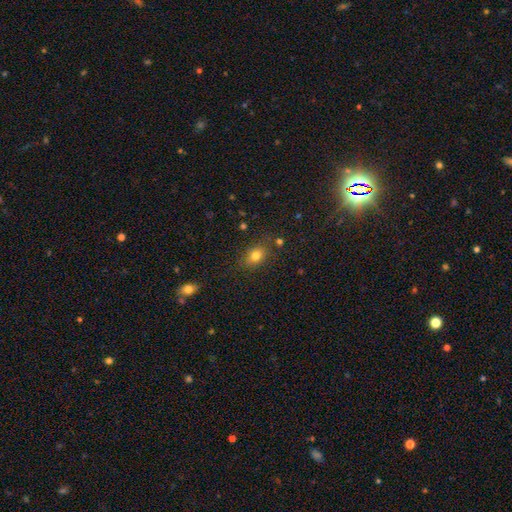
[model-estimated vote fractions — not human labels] smooth-or-featured: smooth: 79% | star or artifact: 13% | featured or disk: 9%
  how-rounded: in between: 68% | round: 31% | cigar-shaped: 2%
  merging: none: 79% | minor disturbance: 14% | major disturbance: 4% | merger: 3%